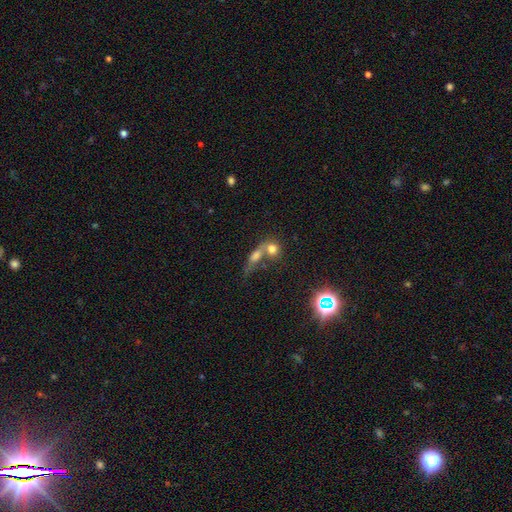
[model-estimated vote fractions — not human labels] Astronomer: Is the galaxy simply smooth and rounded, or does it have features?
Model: smooth — 63%.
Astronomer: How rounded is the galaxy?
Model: in between — 51% (runner-up: round, 31%).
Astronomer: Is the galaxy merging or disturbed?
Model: merger — 54%.